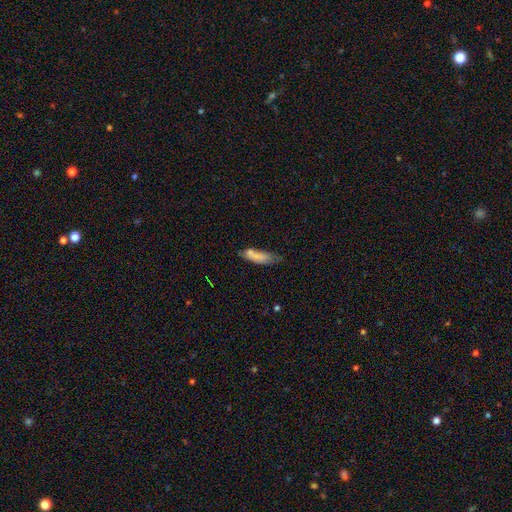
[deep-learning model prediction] A smooth galaxy with no disk features (76%) that is in between round and cigar-shaped (50%).

Vote fractions:
- Smooth or featured? smooth: 76% / featured or disk: 15% / star or artifact: 9%
- How rounded? in between: 50% / cigar-shaped: 48% / round: 2%
- Merging? none: 41% / minor disturbance: 30% / major disturbance: 15% / merger: 14%